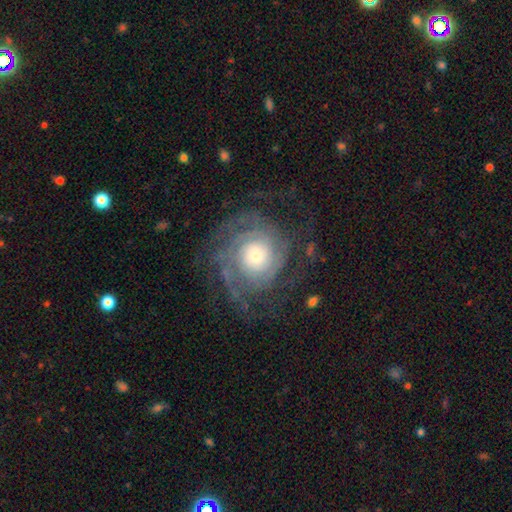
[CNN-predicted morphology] featured or disk 84%, smooth 9%, star or artifact 7%. Down the decision tree: edge-on disk — no (98%); bar — no (80%); spiral arms — yes (95%); spiral arm count — can't tell (30%); spiral winding — tight (66%); bulge size — moderate (53%); merging — none (71%).